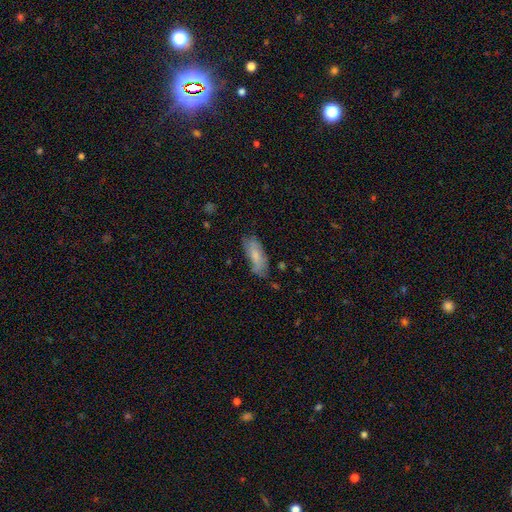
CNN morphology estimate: This appears to be a smooth galaxy with no disk features (71%) that is in between round and cigar-shaped (74%). Merging: none (62%).